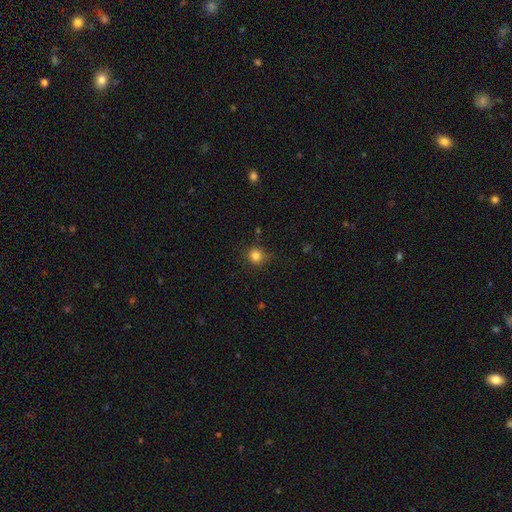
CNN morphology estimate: smooth 83%, star or artifact 12%, featured or disk 5%. Down the decision tree: how rounded — round (89%); merging — none (81%).